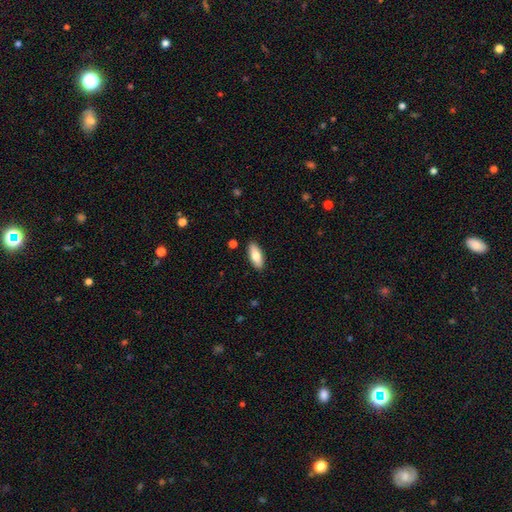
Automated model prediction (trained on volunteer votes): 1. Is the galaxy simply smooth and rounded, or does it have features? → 76% smooth, 18% featured or disk, 6% star or artifact.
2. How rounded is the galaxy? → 77% in between, 21% cigar-shaped, 2% round.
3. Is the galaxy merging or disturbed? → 88% none, 8% minor disturbance, 2% major disturbance, 1% merger.